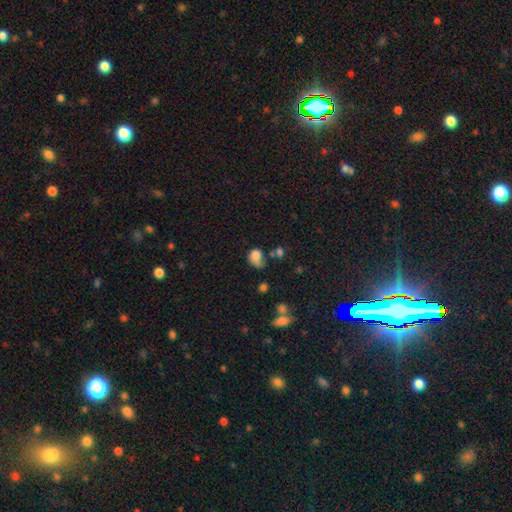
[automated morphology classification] Smooth or featured? smooth (75%)
How rounded? in between (56%)
Merging? major disturbance (32%)